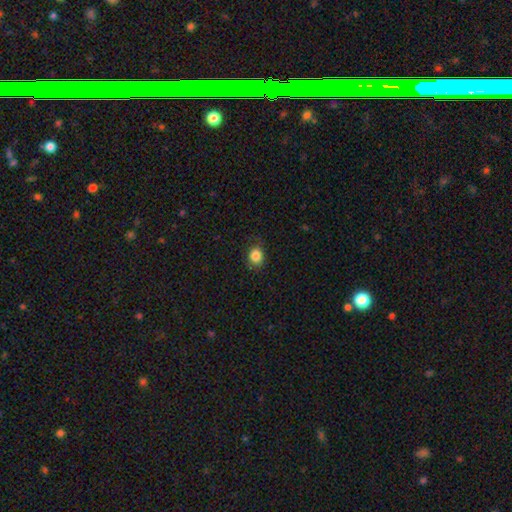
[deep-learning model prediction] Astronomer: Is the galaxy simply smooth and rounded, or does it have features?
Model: smooth — 85%.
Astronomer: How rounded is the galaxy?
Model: round — 64%.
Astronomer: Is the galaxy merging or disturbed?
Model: none — 79%.